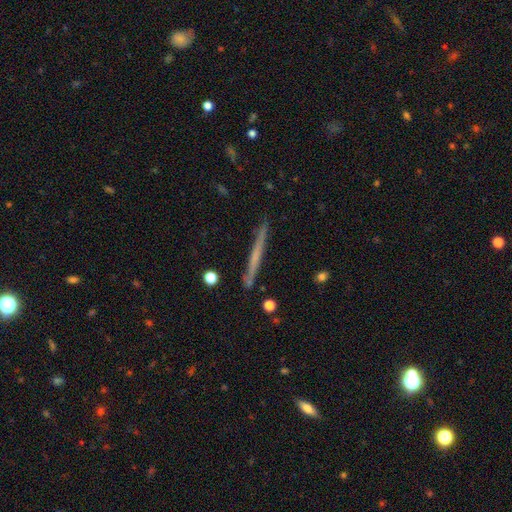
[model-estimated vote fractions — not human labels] Smooth or featured?
  - featured or disk: 50% *
  - smooth: 44%
  - star or artifact: 6%
Merging?
  - none: 89% *
  - minor disturbance: 8%
  - merger: 2%
  - major disturbance: 1%